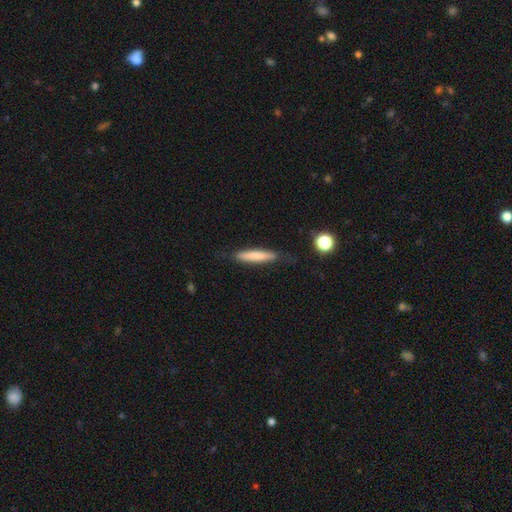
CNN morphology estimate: A smooth galaxy with no disk features (75%) that is cigar-shaped (91%).

Vote fractions:
- Smooth or featured? smooth: 75% / featured or disk: 19% / star or artifact: 6%
- How rounded? cigar-shaped: 91% / in between: 7% / round: 1%
- Merging? none: 80% / minor disturbance: 15% / major disturbance: 3% / merger: 2%